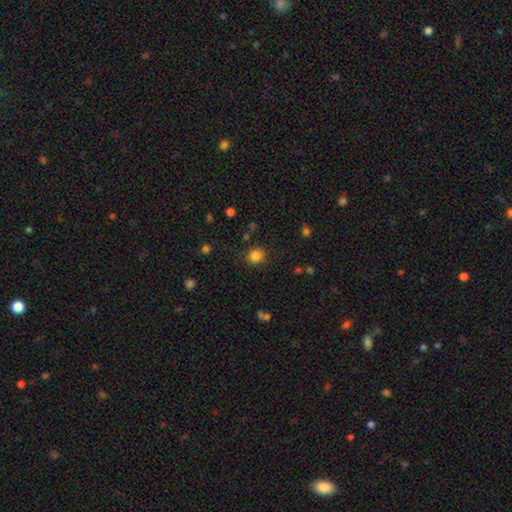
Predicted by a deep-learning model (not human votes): A smooth galaxy with no disk features (83%) that is round (80%).

Vote fractions:
- Smooth or featured? smooth: 83% / star or artifact: 12% / featured or disk: 5%
- How rounded? round: 80% / in between: 19% / cigar-shaped: 1%
- Merging? none: 85% / minor disturbance: 9% / major disturbance: 3% / merger: 2%